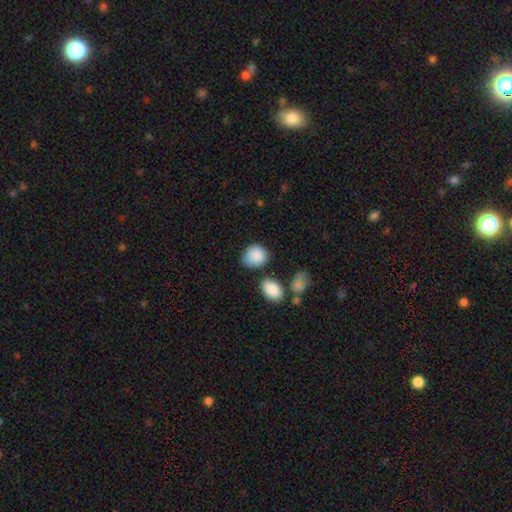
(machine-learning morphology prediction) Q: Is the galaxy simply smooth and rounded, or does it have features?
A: smooth — 87%.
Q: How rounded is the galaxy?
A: round — 62%.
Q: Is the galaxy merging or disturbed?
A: none — 61%.